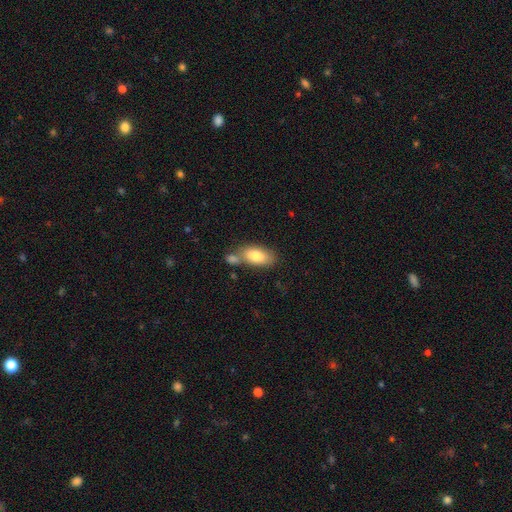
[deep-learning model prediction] Morphology: type=smooth (80%); roundness=in between (90%); merging=none (48%).